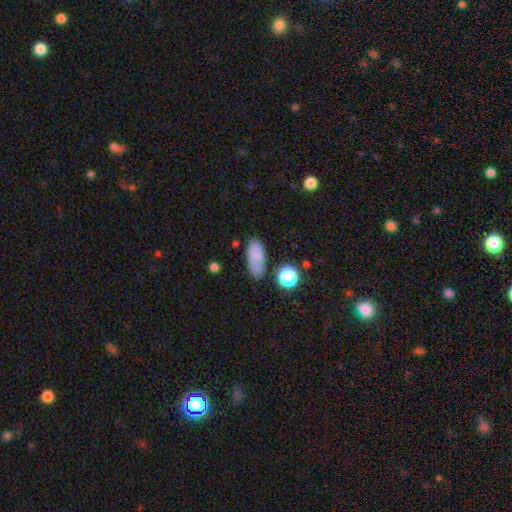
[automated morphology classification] type=smooth (77%); roundness=in between (84%); merging=none (68%).